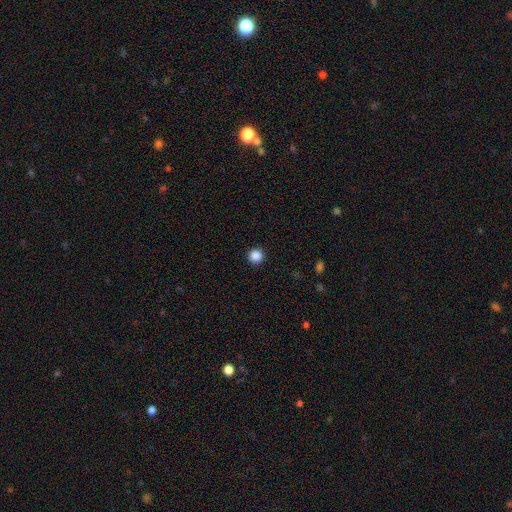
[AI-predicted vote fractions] Q: Smooth or featured?
A: smooth (87%); runner-up: star or artifact (11%)
Q: How rounded?
A: round (96%); runner-up: in between (3%)
Q: Merging?
A: none (93%); runner-up: minor disturbance (4%)